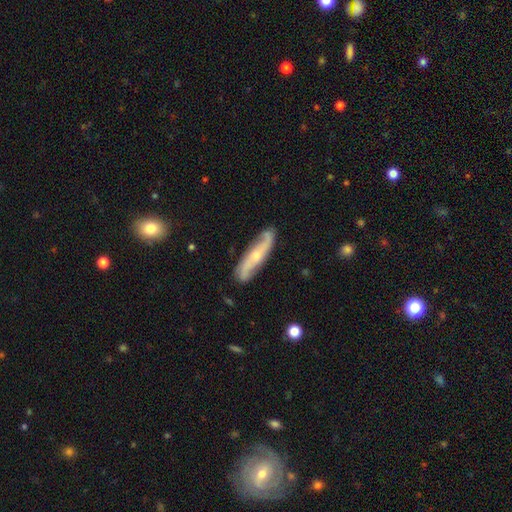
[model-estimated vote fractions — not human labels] A featured or disk galaxy (72%) with no bar (58%), spiral arms (92%) and a small central bulge (58%).

Vote fractions:
- Smooth or featured? featured or disk: 72% / smooth: 22% / star or artifact: 6%
- Edge-on disk? no: 69% / yes: 31%
- Bar? no: 58% / weak: 29% / strong: 13%
- Spiral arms? yes: 92% / no: 8%
- Bulge size? small: 58% / moderate: 36% / none: 3% / large: 2% / dominant: 1%
- Merging? none: 80% / minor disturbance: 15% / major disturbance: 3% / merger: 2%